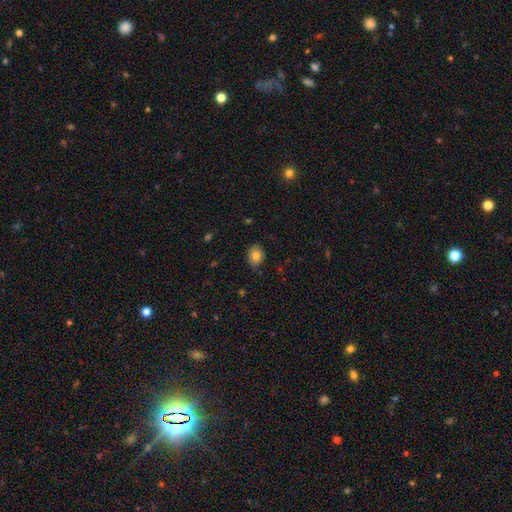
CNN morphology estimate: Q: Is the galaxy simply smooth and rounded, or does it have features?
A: smooth — 81%.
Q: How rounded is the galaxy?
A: in between — 62%.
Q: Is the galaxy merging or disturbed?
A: none — 84%.